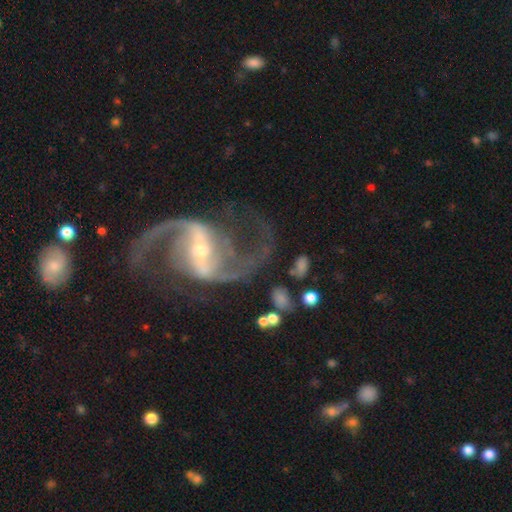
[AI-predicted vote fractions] Overall: featured or disk (93%). Edge-on disk: no (98%). Bar: strong (51%; weak 36%). Spiral arms: yes (98%). Spiral arm count: 2 (93%). Spiral winding: medium (45%, tied with loose). Bulge size: small (66%; moderate 29%). Merging: none (71%).